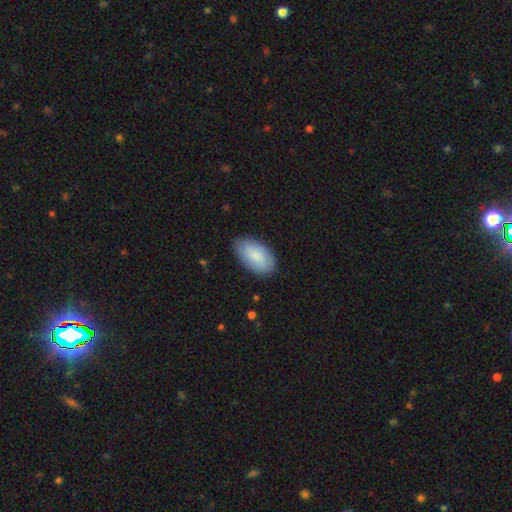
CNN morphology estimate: This appears to be a smooth galaxy with no disk features (85%) that is in between round and cigar-shaped (95%). Merging: none (84%).